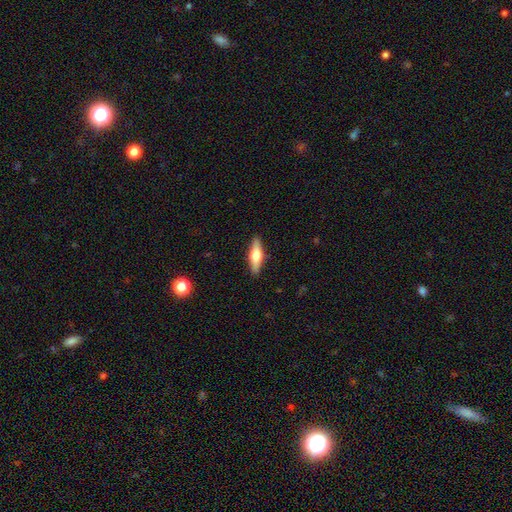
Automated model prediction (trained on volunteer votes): Smooth or featured? Predicted: smooth (p=0.48). Merging? Predicted: none (p=0.90).